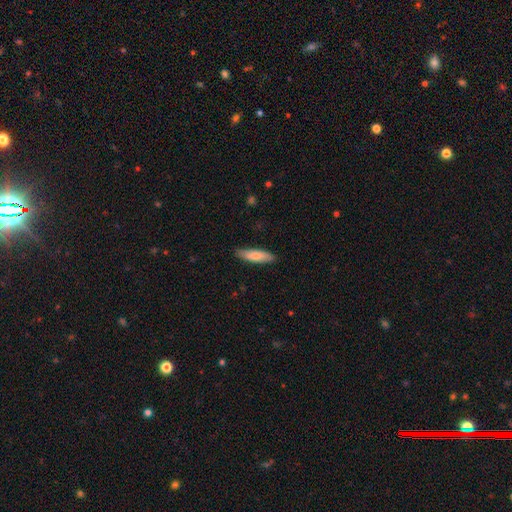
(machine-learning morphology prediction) This is clearly a smooth galaxy (81%). How rounded: likely cigar-shaped (65%). Merging: clearly none (86%).